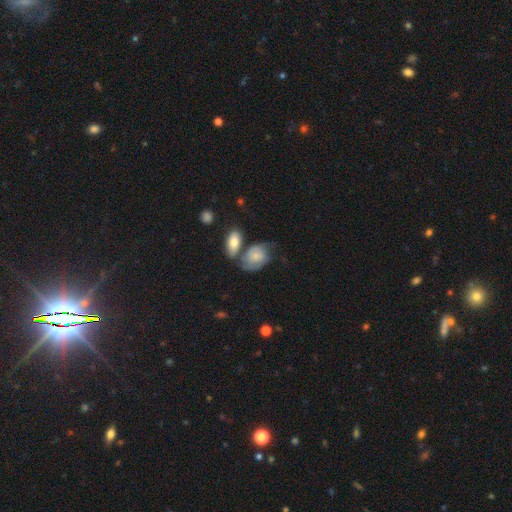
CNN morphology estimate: The model was most divided on "smooth or featured": smooth: 49%, featured or disk: 44%, star or artifact: 7%. Remaining: merging — none (35%).